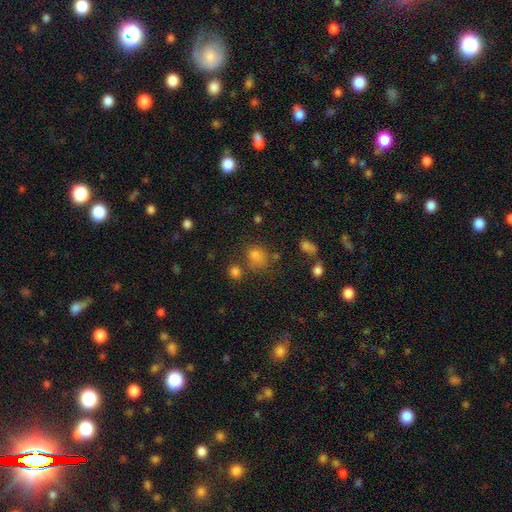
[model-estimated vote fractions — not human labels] smooth 70%, star or artifact 22%, featured or disk 8%. Down the decision tree: how rounded — round (75%); merging — none (65%).